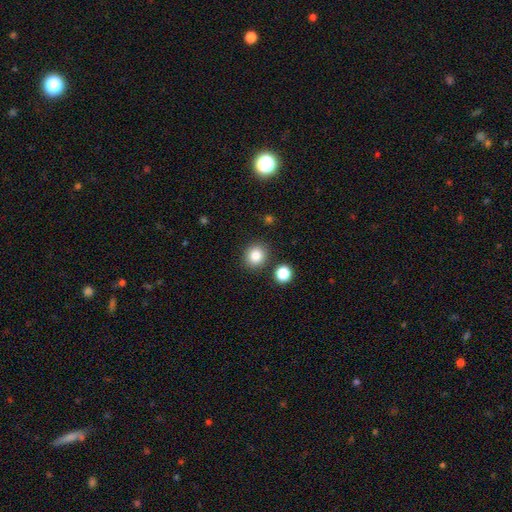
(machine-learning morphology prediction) Smooth or featured? Predicted: smooth (p=0.84). How rounded? Predicted: round (p=0.85). Merging? Predicted: none (p=0.86).